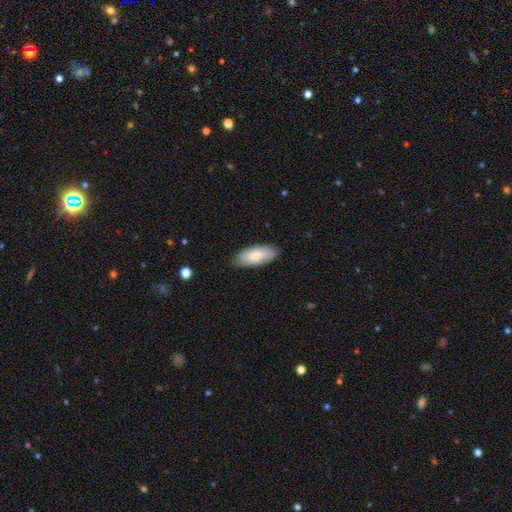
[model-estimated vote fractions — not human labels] Q: Smooth or featured?
A: smooth (78%); runner-up: featured or disk (16%)
Q: How rounded?
A: in between (87%); runner-up: cigar-shaped (11%)
Q: Merging?
A: none (81%); runner-up: minor disturbance (16%)